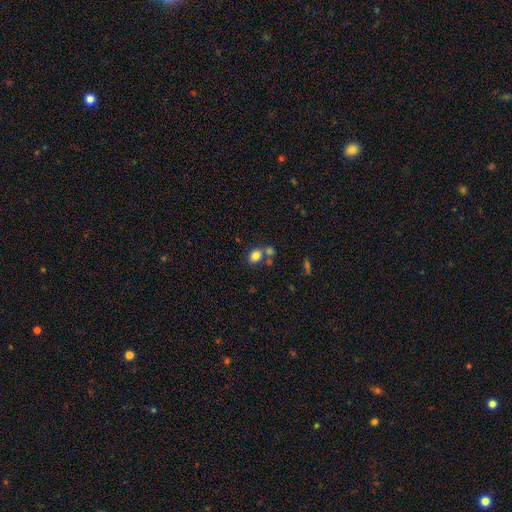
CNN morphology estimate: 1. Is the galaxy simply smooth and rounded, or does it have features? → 81% smooth, 10% star or artifact, 8% featured or disk.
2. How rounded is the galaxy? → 63% in between, 36% round, 1% cigar-shaped.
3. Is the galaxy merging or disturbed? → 59% none, 26% merger, 11% minor disturbance, 4% major disturbance.